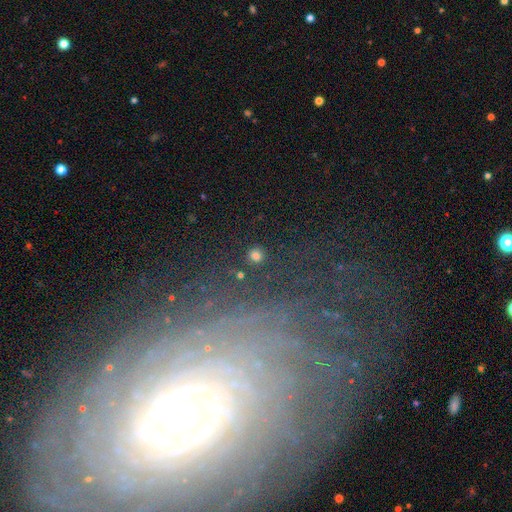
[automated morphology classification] This is likely a smooth galaxy (78%). How rounded: clearly round (94%). Merging: clearly none (89%).